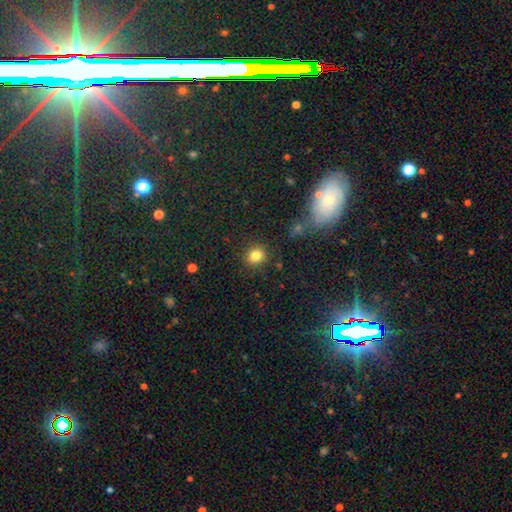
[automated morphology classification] smooth 83%, star or artifact 12%, featured or disk 6%. Down the decision tree: how rounded — round (75%); merging — none (87%).